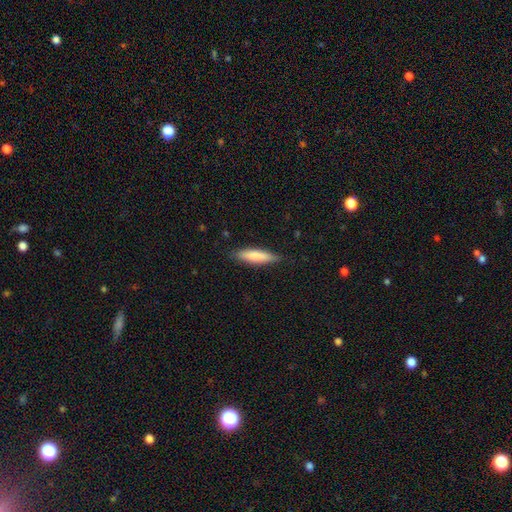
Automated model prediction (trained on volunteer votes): Morphology: type=smooth (79%); roundness=cigar-shaped (73%); merging=none (82%).